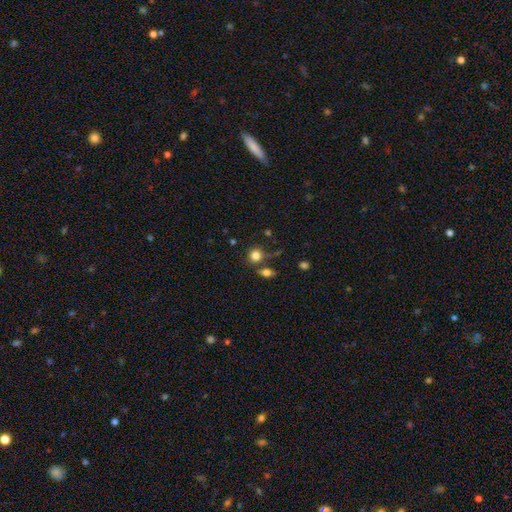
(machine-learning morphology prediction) This is clearly a smooth galaxy (82%). How rounded: clearly round (85%). Merging: likely none (71%).